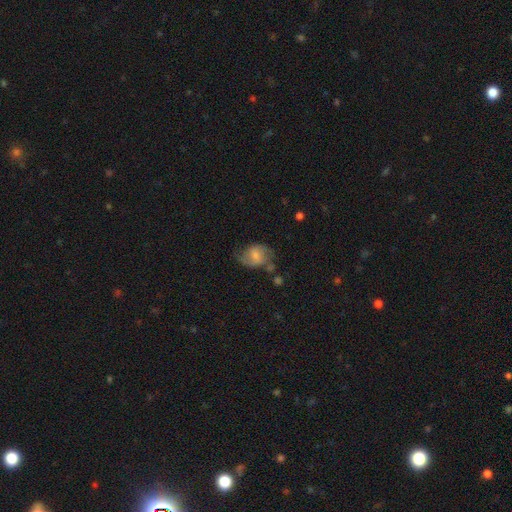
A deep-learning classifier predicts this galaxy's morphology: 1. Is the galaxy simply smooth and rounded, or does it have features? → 54% featured or disk, 38% smooth, 8% star or artifact.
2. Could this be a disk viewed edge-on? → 97% no, 3% yes.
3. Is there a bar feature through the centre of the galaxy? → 48% no, 42% weak, 10% strong.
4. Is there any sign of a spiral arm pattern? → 84% yes, 16% no.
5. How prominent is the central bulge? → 43% moderate, 38% small, 10% none, 8% large, 2% dominant.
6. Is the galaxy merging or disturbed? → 52% none, 26% minor disturbance, 16% major disturbance, 6% merger.